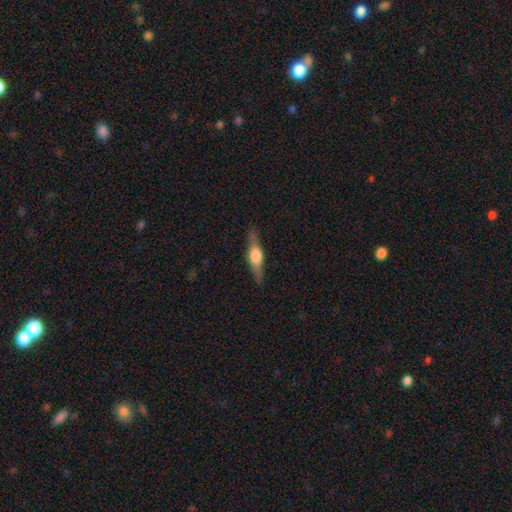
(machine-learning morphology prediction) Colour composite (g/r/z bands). It shows a featured or disk galaxy (66%) viewed edge-on (96%) with a rounded central bulge (90%). Merging: none (87%).